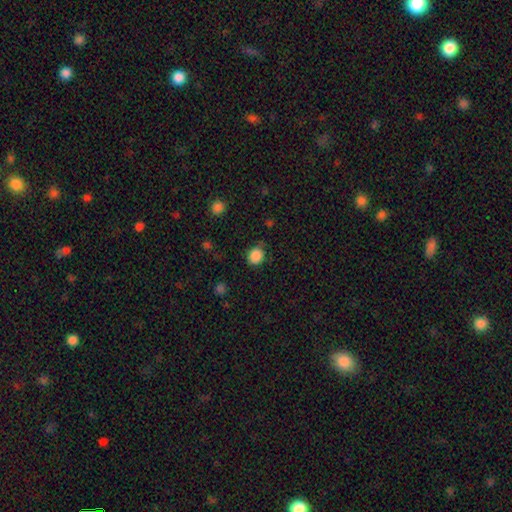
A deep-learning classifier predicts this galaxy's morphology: The model was most divided on "how rounded": round: 75%, in between: 24%, cigar-shaped: 1%. More confident: smooth or featured — smooth (87%); merging — none (76%).